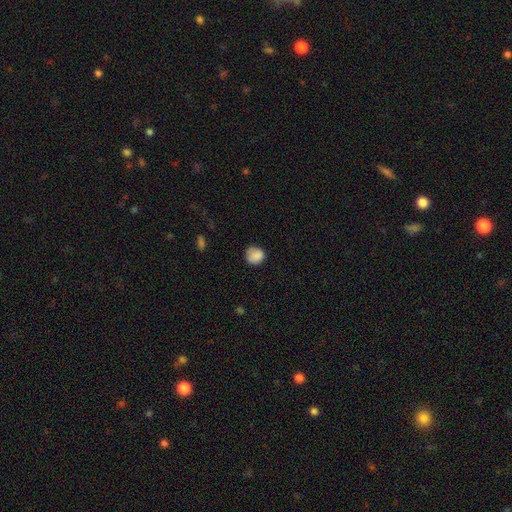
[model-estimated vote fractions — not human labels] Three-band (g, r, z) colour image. It shows a smooth galaxy with no disk features (86%) that is round (82%). Merging: none (72%).